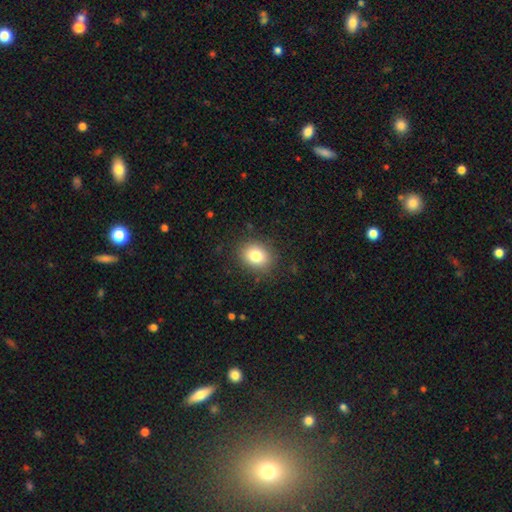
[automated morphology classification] The model was most divided on "how rounded": round: 52%, in between: 47%, cigar-shaped: 1%. More confident: merging — none (86%); smooth or featured — smooth (80%).